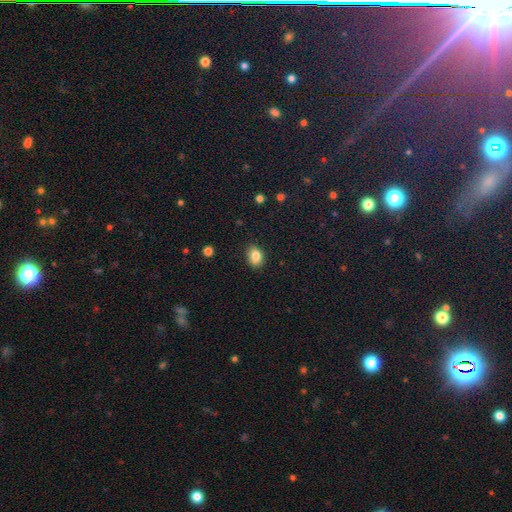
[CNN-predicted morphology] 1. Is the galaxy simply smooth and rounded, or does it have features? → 82% smooth, 10% star or artifact, 8% featured or disk.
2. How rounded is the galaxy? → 70% in between, 29% round, 1% cigar-shaped.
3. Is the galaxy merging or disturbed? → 83% none, 13% minor disturbance, 2% major disturbance, 2% merger.